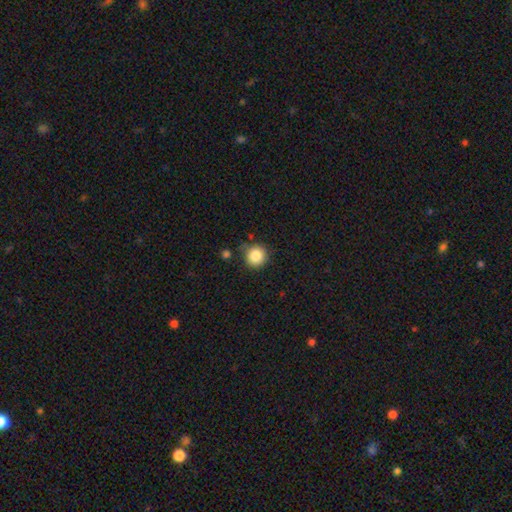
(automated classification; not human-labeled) This is clearly a smooth galaxy (85%). How rounded: clearly round (94%). Merging: clearly none (83%).